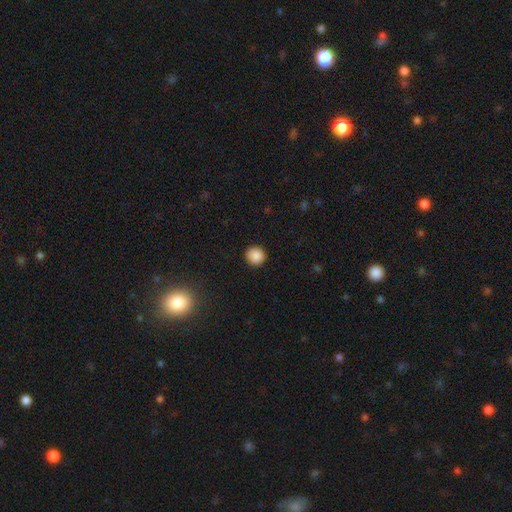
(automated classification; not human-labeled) This appears to be a smooth galaxy with no disk features (88%) that is round (94%). Merging: none (92%).